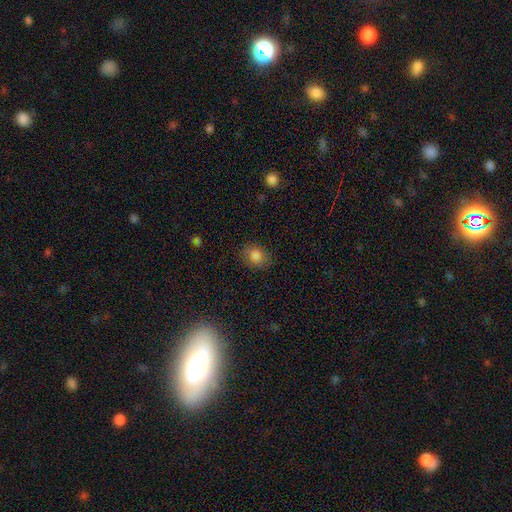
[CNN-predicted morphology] Smooth or featured: smooth — 83% (star or artifact — 11%)
How rounded: in between — 50% (round — 49%)
Merging: none — 84% (minor disturbance — 12%)